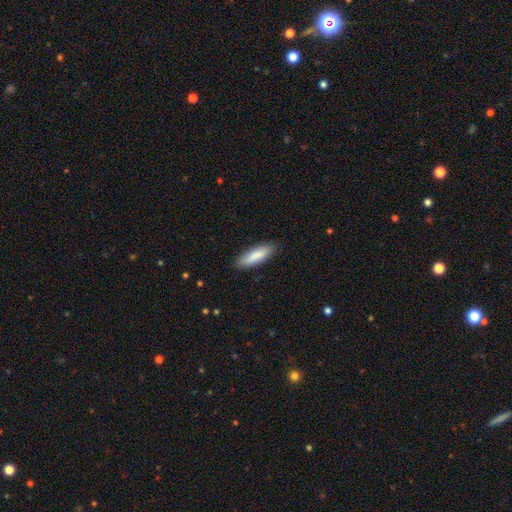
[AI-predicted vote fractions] This appears to be a smooth galaxy with no disk features (86%) that is cigar-shaped (54%). Merging: none (88%).